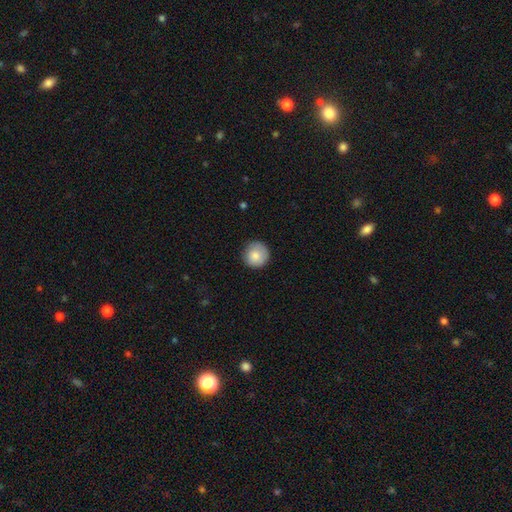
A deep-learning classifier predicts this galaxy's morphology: Smooth or featured? Predicted: smooth (p=0.83). How rounded? Predicted: round (p=0.94). Merging? Predicted: none (p=0.83).